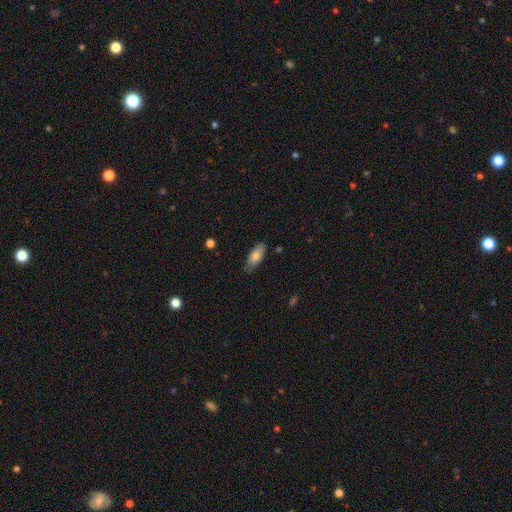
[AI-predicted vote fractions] Smooth or featured? Predicted: smooth (p=0.77). How rounded? Predicted: in between (p=0.79). Merging? Predicted: none (p=0.77).